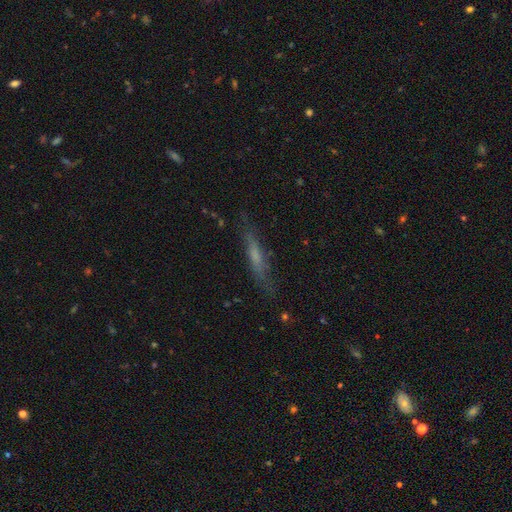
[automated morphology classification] Smooth or featured? Predicted: featured or disk (p=0.45, tied with smooth). Merging? Predicted: none (p=0.74).